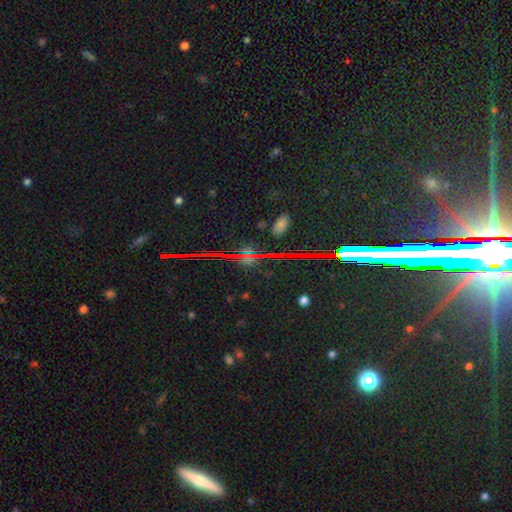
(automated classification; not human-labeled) smooth-or-featured: star or artifact: 77% | featured or disk: 14% | smooth: 9%